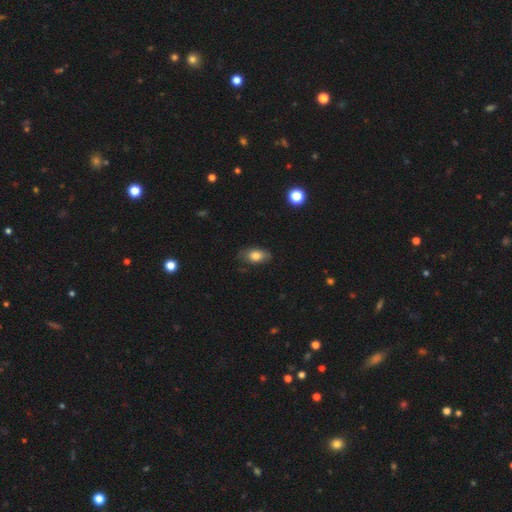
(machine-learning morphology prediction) type=smooth (79%); roundness=in between (88%); merging=none (75%).